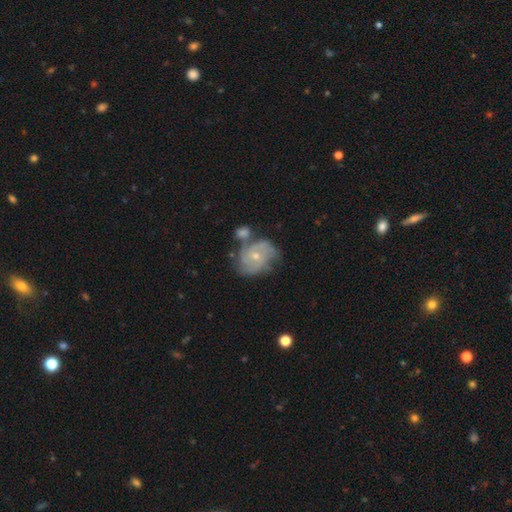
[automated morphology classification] Overall: featured or disk (80%). Edge-on disk: no (98%). Bar: no (72%). Spiral arms: yes (92%). Spiral arm count: 2 (32%; 3 27%). Spiral winding: tight (51%; medium 37%). Bulge size: small (58%; moderate 38%). Merging: none (46%; merger 22%).